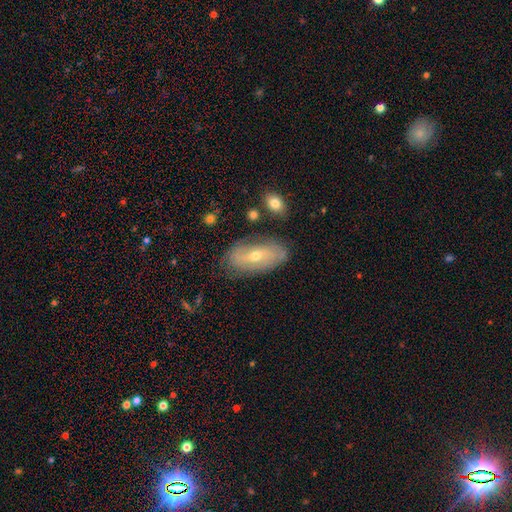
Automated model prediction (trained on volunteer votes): Morphology: type=featured or disk (55%); edge-on=no (85%); merging=none (77%).